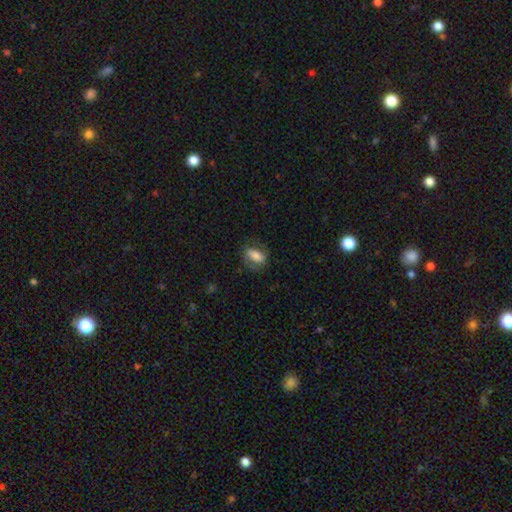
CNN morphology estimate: Smooth or featured? Predicted: smooth (p=0.64). How rounded? Predicted: in between (p=0.82). Merging? Predicted: none (p=0.67).